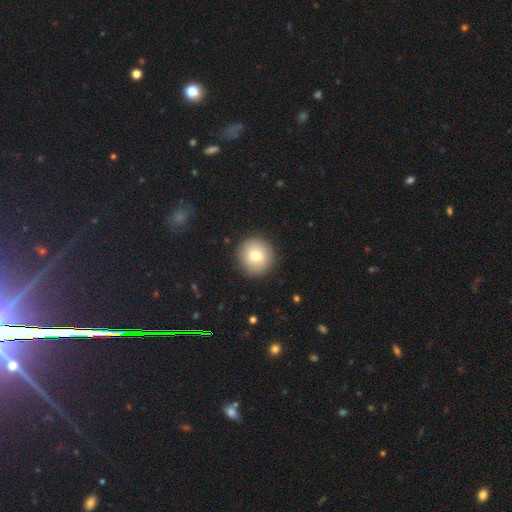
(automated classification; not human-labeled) This appears to be a smooth galaxy with no disk features (78%) that is round (94%). Merging: none (91%).